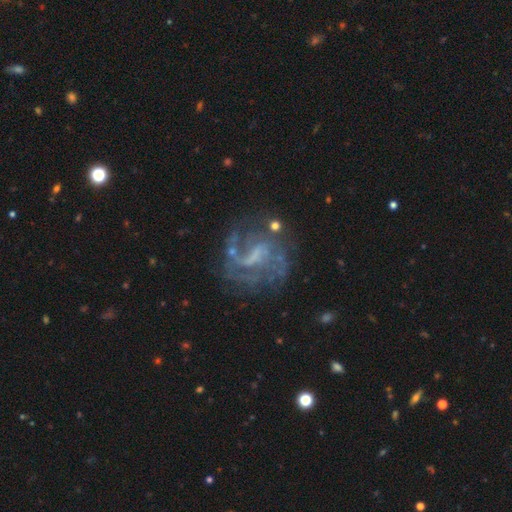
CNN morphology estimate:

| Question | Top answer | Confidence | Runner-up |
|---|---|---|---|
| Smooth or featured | featured or disk | 79% | star or artifact (11%) |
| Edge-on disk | no | 98% | yes (2%) |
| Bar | weak | 47% | no (29%) |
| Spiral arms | yes | 83% | no (17%) |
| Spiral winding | medium | 43% | loose (31%) |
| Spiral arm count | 2 | 35% | can't tell (31%) |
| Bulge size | none | 52% | small (27%) |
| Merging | none | 57% | major disturbance (21%) |